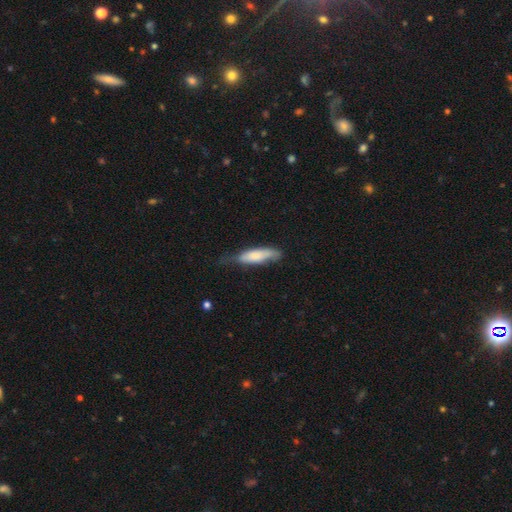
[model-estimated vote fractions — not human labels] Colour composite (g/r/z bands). It shows a smooth galaxy with no disk features (75%) that is cigar-shaped (59%). Merging: none (45%).